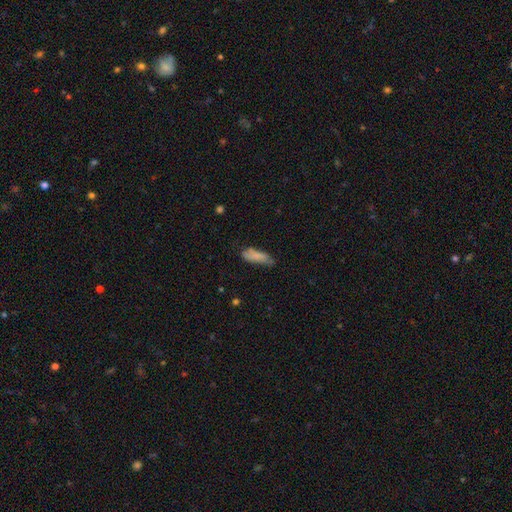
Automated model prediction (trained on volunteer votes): Smooth or featured: smooth — 78% (featured or disk — 14%)
How rounded: in between — 54% (cigar-shaped — 44%)
Merging: none — 49% (minor disturbance — 35%)